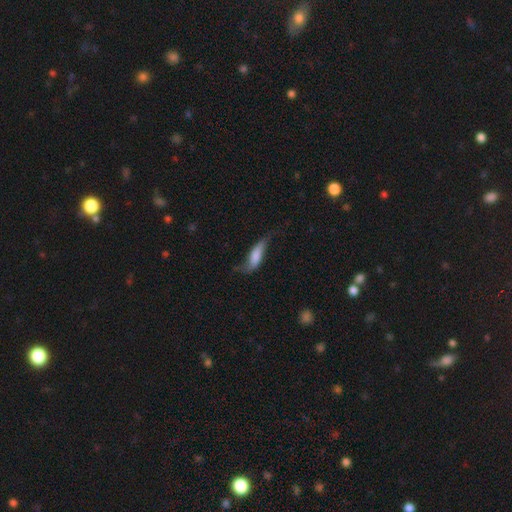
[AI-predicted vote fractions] Smooth or featured?
  - smooth: 52% *
  - featured or disk: 40%
  - star or artifact: 8%
How rounded?
  - in between: 52% *
  - cigar-shaped: 45%
  - round: 3%
Merging?
  - none: 44% *
  - minor disturbance: 30%
  - major disturbance: 23%
  - merger: 3%